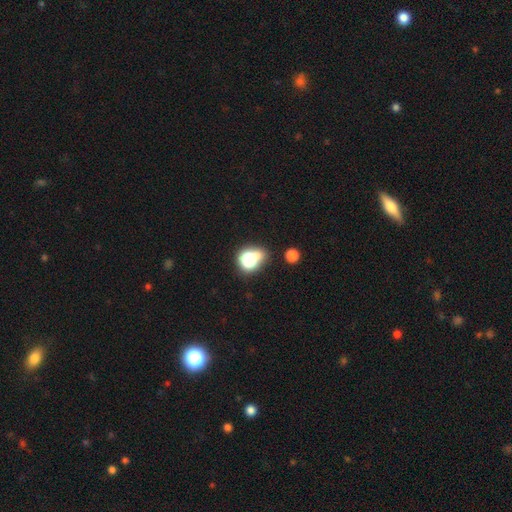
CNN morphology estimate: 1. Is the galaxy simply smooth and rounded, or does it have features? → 59% smooth, 29% star or artifact, 12% featured or disk.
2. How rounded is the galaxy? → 65% round, 34% in between, 2% cigar-shaped.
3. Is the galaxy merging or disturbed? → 55% none, 21% merger, 14% minor disturbance, 9% major disturbance.